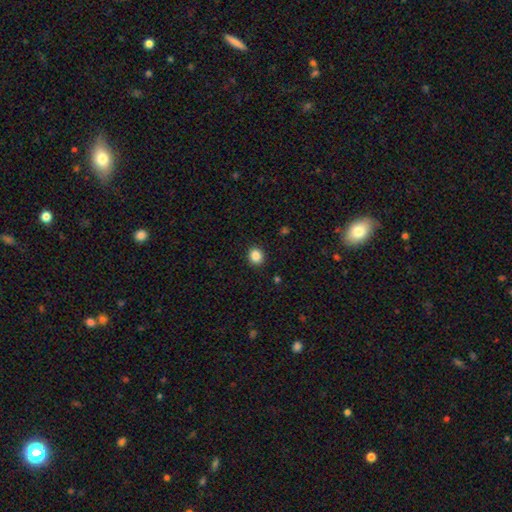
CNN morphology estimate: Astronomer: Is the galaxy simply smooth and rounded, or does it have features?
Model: smooth — 86%.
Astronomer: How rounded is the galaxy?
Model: round — 80%.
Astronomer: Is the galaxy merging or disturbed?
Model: none — 92%.